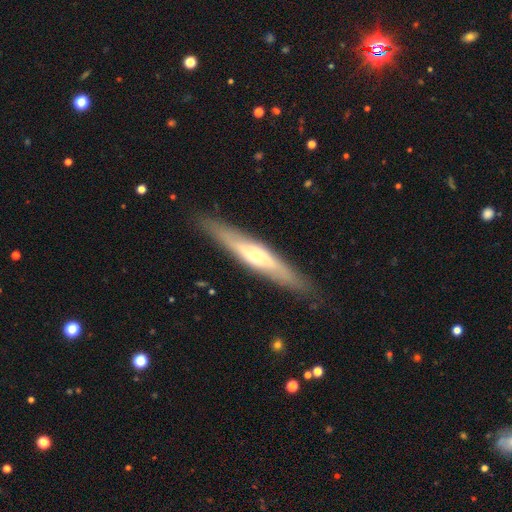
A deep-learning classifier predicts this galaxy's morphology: A featured or disk galaxy (64%) viewed edge-on (80%) with a rounded central bulge (81%). Merging: none (87%).